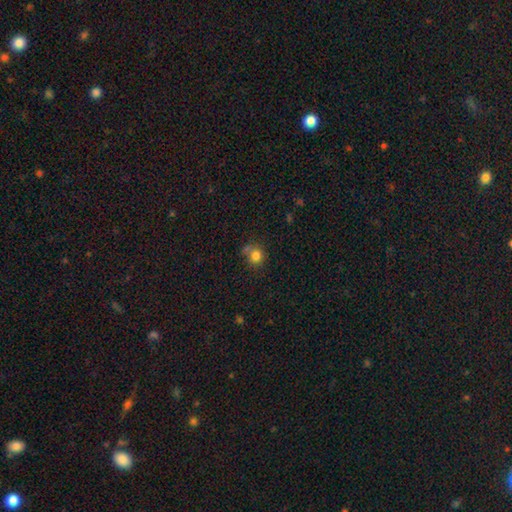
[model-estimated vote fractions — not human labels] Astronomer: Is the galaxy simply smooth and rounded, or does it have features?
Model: smooth — 81%.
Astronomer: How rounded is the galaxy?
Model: round — 86%.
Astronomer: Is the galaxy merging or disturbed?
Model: none — 61%.